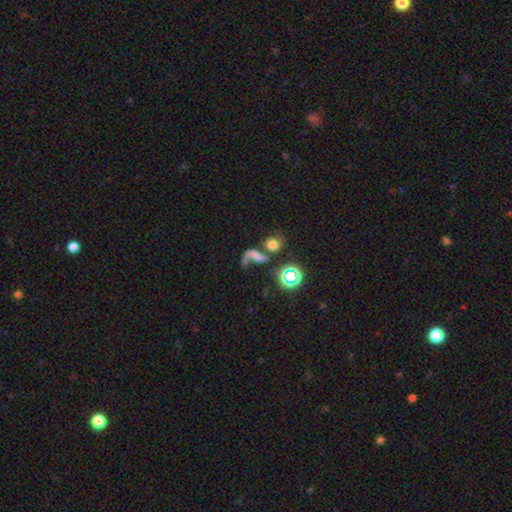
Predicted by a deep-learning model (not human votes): Q: Smooth or featured?
A: featured or disk (40%); runner-up: smooth (38%)
Q: Merging?
A: merger (36%); runner-up: none (27%)